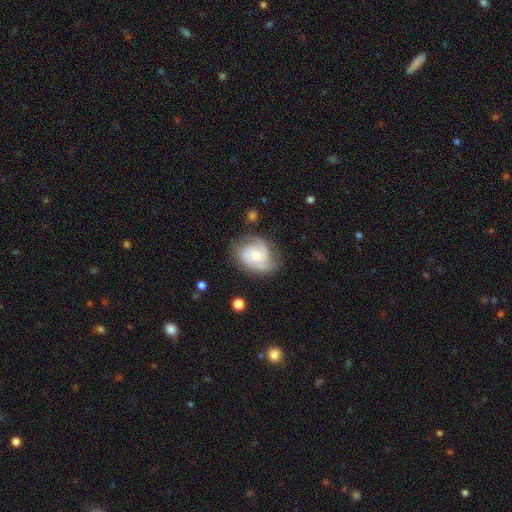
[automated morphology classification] Smooth or featured? featured or disk (66%)
Edge-on disk? no (97%)
Bar? no (69%)
Spiral arms? yes (90%)
Spiral winding? medium (46%)
Spiral arm count? 2 (38%)
Bulge size? moderate (53%)
Merging? none (64%)